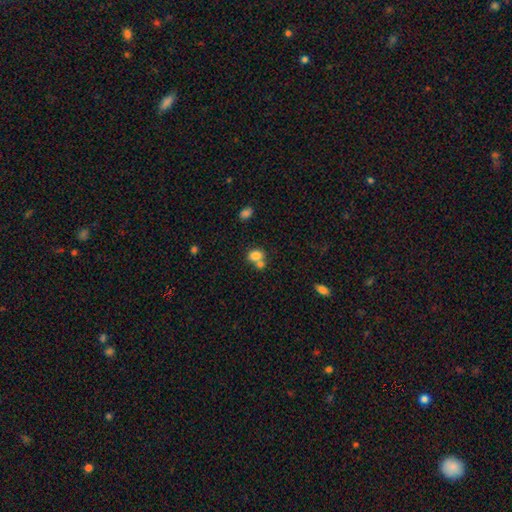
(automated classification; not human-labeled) A smooth galaxy with no disk features (80%) that is in between round and cigar-shaped (58%).

Vote fractions:
- Smooth or featured? smooth: 80% / star or artifact: 10% / featured or disk: 10%
- How rounded? in between: 58% / round: 40% / cigar-shaped: 1%
- Merging? merger: 47% / none: 40% / minor disturbance: 9% / major disturbance: 4%